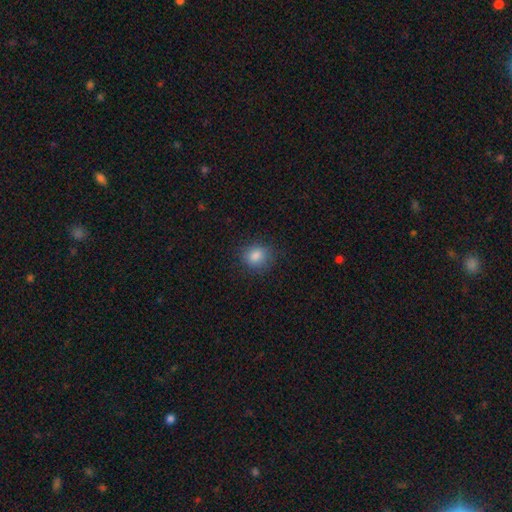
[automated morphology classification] smooth-or-featured: smooth: 84% | star or artifact: 10% | featured or disk: 6%
  how-rounded: round: 70% | in between: 29% | cigar-shaped: 1%
  merging: none: 81% | minor disturbance: 13% | major disturbance: 4% | merger: 1%